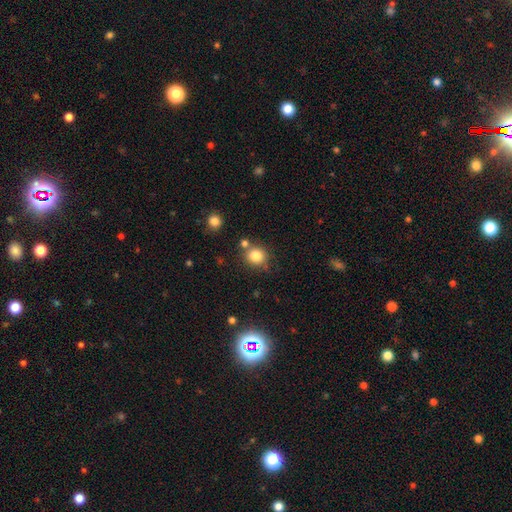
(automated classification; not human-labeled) Smooth or featured: smooth — 82% (star or artifact — 11%)
How rounded: round — 84% (in between — 15%)
Merging: none — 72% (merger — 13%)